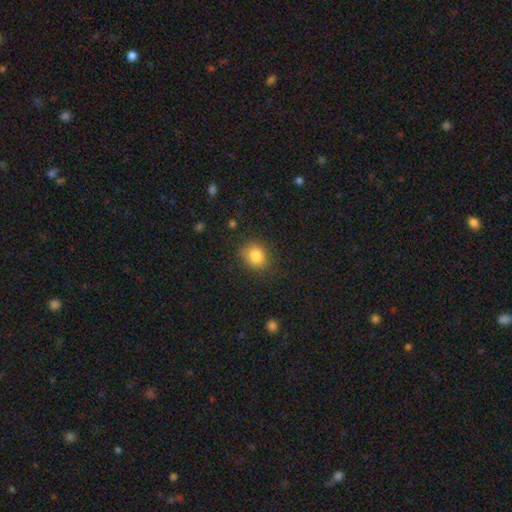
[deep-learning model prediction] smooth 83%, star or artifact 10%, featured or disk 7%. Down the decision tree: how rounded — round (64%); merging — none (79%).